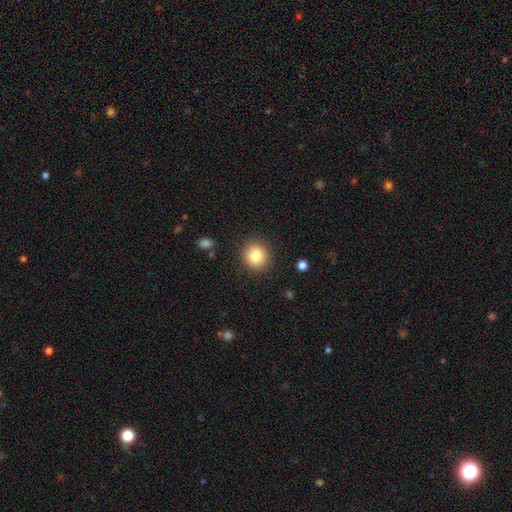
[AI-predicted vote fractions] A smooth galaxy with no disk features (83%) that is round (87%). Merging: none (89%).